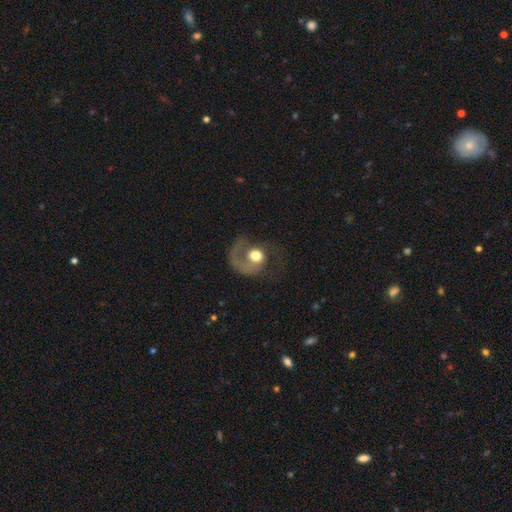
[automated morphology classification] This is likely a featured or disk galaxy (60%). It is clearly not viewed edge-on (97%). Bar: likely no (78%). Spiral arm pattern: likely yes (77%). Central bulge: possibly moderate (46%). Merging: possibly major disturbance (48%).